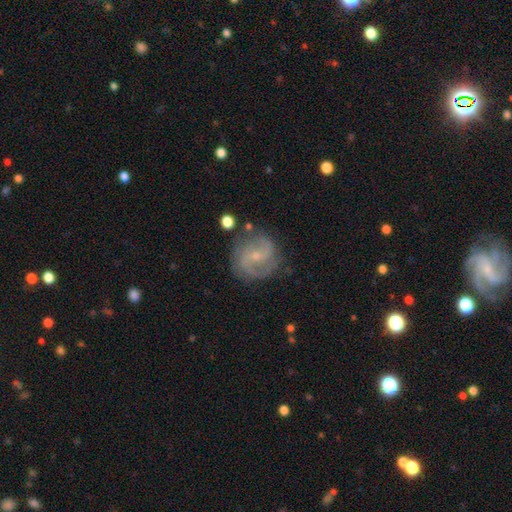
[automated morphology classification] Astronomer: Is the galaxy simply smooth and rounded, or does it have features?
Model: featured or disk — 82%.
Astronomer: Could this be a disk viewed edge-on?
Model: no — 98%.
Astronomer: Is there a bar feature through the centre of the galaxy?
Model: weak — 47% (runner-up: no, 40%).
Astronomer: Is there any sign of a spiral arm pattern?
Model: yes — 94%.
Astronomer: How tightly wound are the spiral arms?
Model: medium — 50% (runner-up: loose, 27%).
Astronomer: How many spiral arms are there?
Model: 2 — 83%.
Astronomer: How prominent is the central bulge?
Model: small — 76%.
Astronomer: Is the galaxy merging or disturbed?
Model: none — 78%.